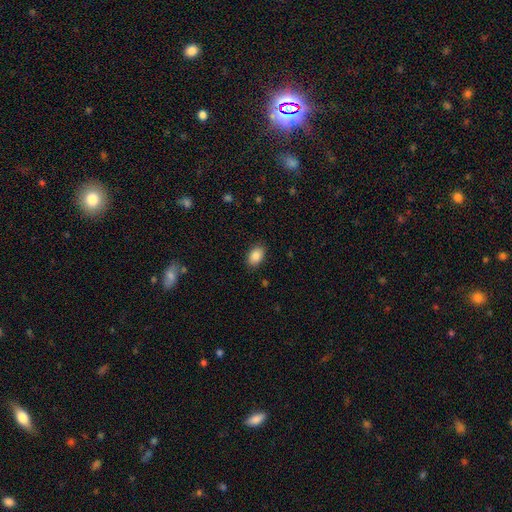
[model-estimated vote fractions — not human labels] Smooth or featured? smooth (87%)
How rounded? in between (88%)
Merging? none (88%)